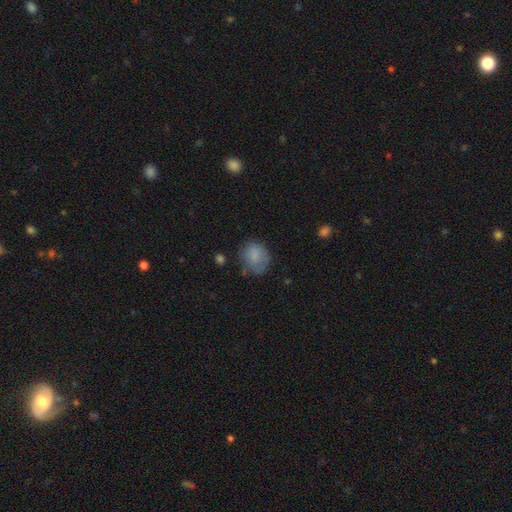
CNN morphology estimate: A smooth galaxy with no disk features (80%) that is round (59%). Merging: none (63%).